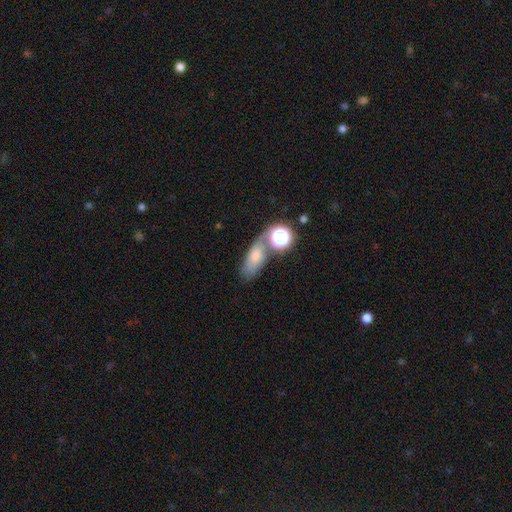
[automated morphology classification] smooth 53%, star or artifact 24%, featured or disk 23%. Down the decision tree: how rounded — in between (64%); merging — none (55%).